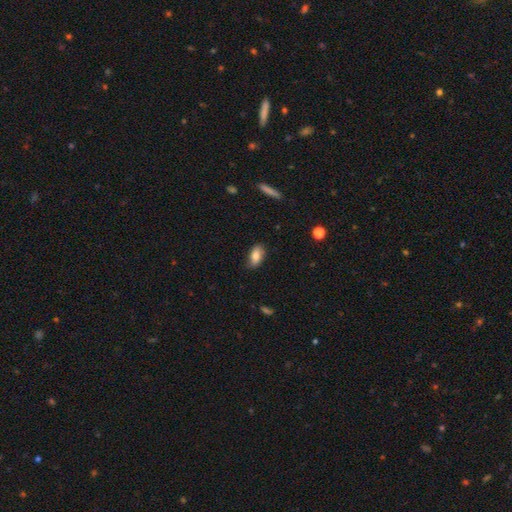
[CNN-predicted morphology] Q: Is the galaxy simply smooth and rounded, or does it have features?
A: smooth — 79%.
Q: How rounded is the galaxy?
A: in between — 89%.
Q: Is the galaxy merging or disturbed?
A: none — 81%.